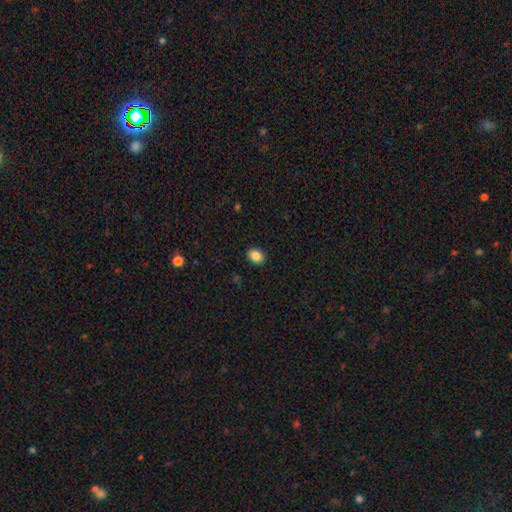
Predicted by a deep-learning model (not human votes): This is clearly a smooth galaxy (86%). How rounded: possibly round (51%). Merging: clearly none (91%).